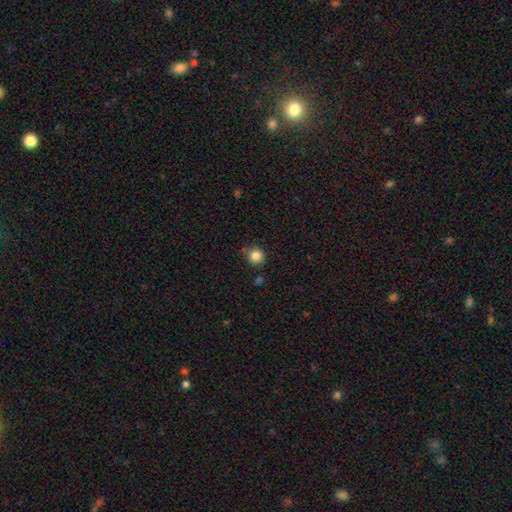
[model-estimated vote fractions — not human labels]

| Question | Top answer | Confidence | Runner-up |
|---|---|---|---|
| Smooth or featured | smooth | 85% | star or artifact (11%) |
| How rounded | round | 89% | in between (10%) |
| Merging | none | 77% | minor disturbance (16%) |